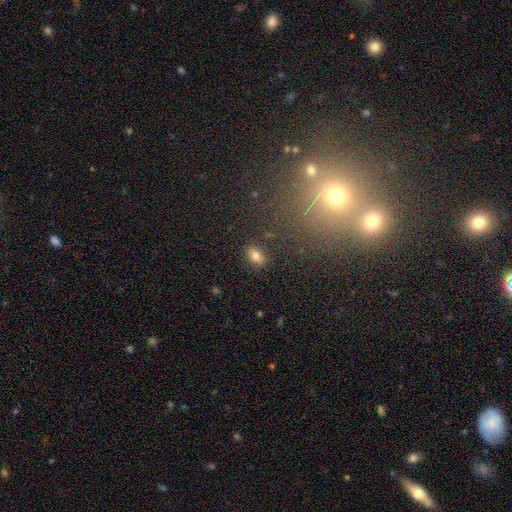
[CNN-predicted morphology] Q: Smooth or featured?
A: smooth (78%); runner-up: star or artifact (12%)
Q: How rounded?
A: in between (83%); runner-up: round (14%)
Q: Merging?
A: none (86%); runner-up: minor disturbance (9%)